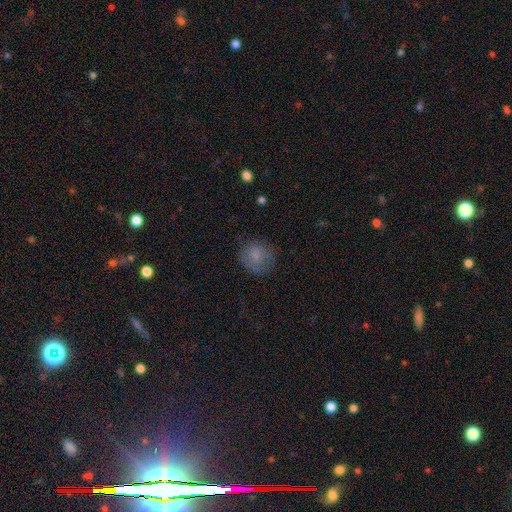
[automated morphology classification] A smooth galaxy with no disk features (76%) that is round (79%).

Vote fractions:
- Smooth or featured? smooth: 76% / featured or disk: 13% / star or artifact: 11%
- How rounded? round: 79% / in between: 20% / cigar-shaped: 1%
- Merging? none: 69% / minor disturbance: 20% / major disturbance: 10% / merger: 2%